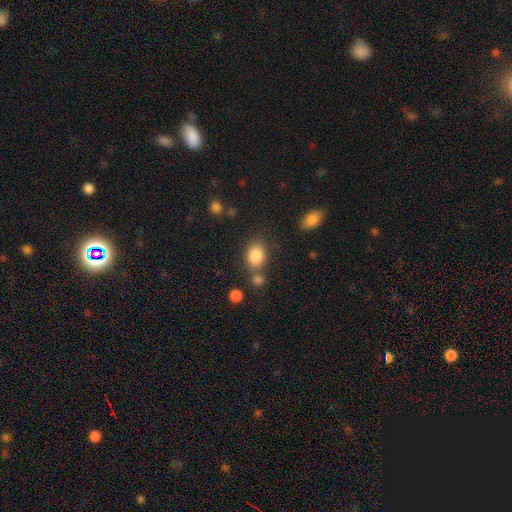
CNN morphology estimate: Smooth or featured? Predicted: smooth (p=0.85). How rounded? Predicted: in between (p=0.65). Merging? Predicted: none (p=0.64).